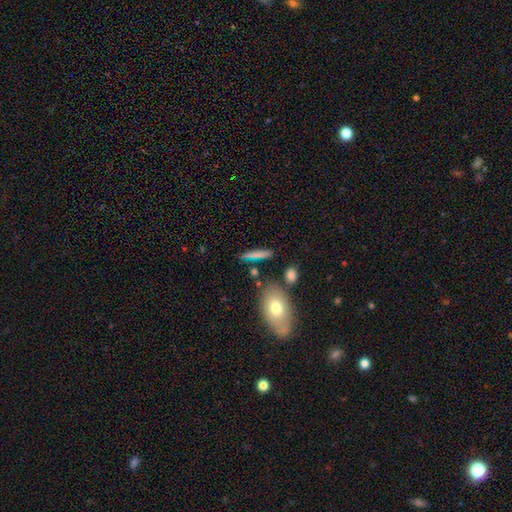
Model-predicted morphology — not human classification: smooth 71%, featured or disk 21%, star or artifact 8%. Down the decision tree: how rounded — cigar-shaped (80%); merging — none (81%).